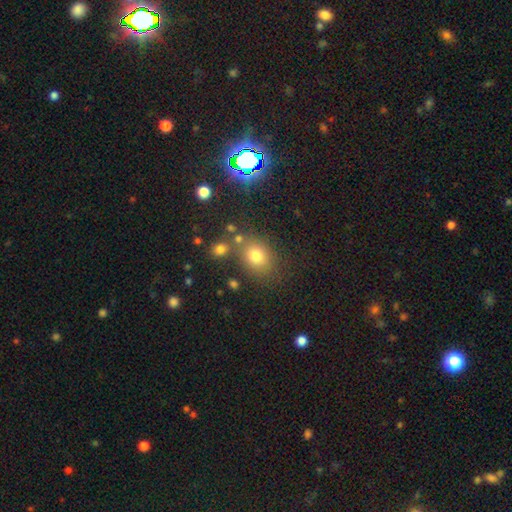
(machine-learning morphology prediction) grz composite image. It shows a smooth galaxy with no disk features (74%) that is round (55%). Merging: none (71%).